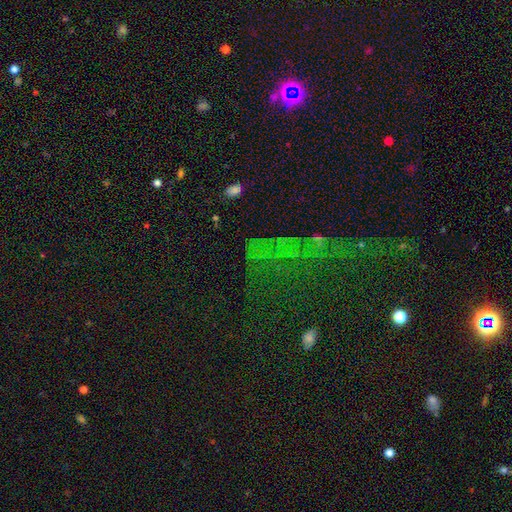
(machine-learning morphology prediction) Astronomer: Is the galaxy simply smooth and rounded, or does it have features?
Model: star or artifact — 65%.